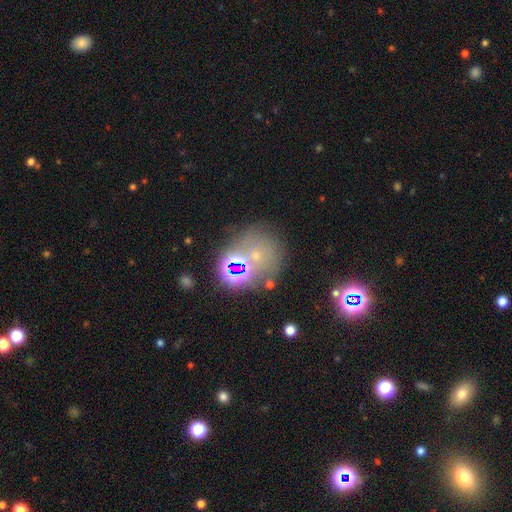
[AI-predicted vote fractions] The model was most divided on "smooth or featured": star or artifact: 44%, smooth: 36%, featured or disk: 20%.